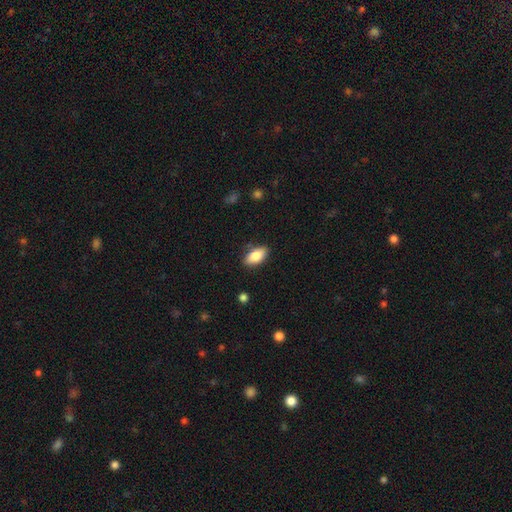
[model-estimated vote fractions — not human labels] Overall: smooth (81%). How rounded: in between (90%). Merging: none (85%).